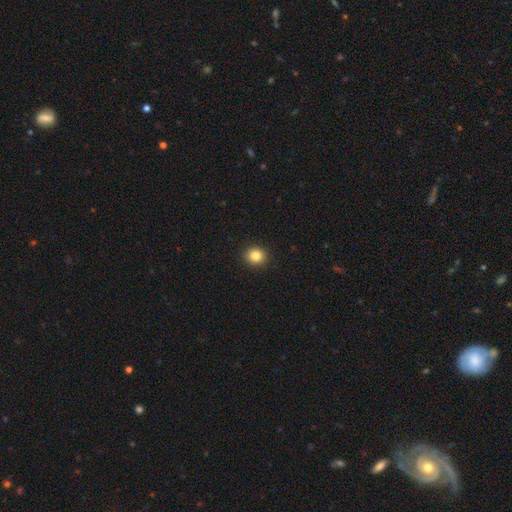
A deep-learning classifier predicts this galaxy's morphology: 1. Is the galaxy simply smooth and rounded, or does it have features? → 84% smooth, 11% star or artifact, 5% featured or disk.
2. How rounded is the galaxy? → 83% round, 16% in between, 1% cigar-shaped.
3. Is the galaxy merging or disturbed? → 92% none, 5% minor disturbance, 2% major disturbance, 1% merger.